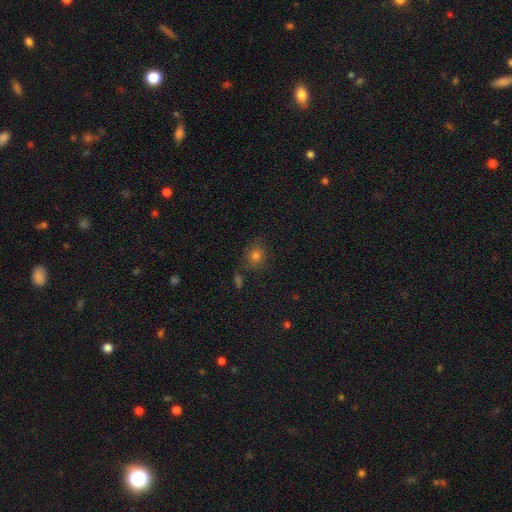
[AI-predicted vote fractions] This is likely a smooth galaxy (76%). How rounded: likely round (68%). Merging: likely none (77%).